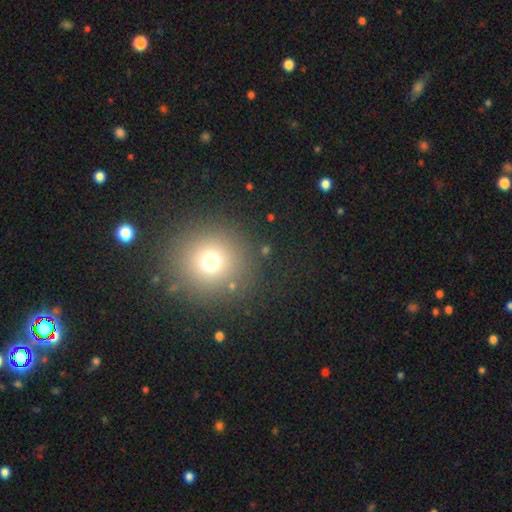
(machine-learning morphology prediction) Q: Smooth or featured?
A: smooth (60%); runner-up: star or artifact (32%)
Q: How rounded?
A: round (93%); runner-up: in between (6%)
Q: Merging?
A: none (90%); runner-up: minor disturbance (6%)